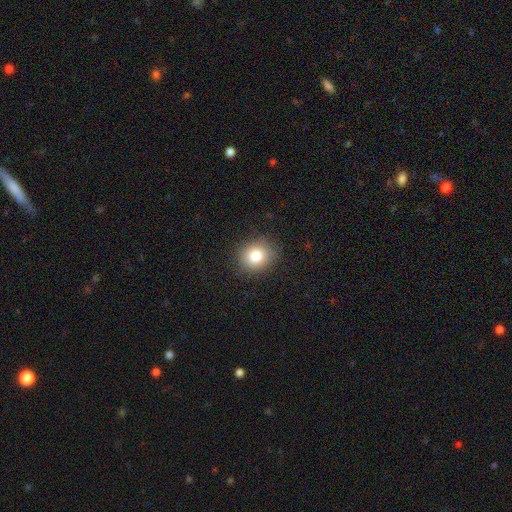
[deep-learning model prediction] Smooth or featured?
  - smooth: 80% *
  - star or artifact: 11%
  - featured or disk: 9%
How rounded?
  - round: 78% *
  - in between: 21%
  - cigar-shaped: 1%
Merging?
  - none: 87% *
  - minor disturbance: 9%
  - major disturbance: 3%
  - merger: 1%